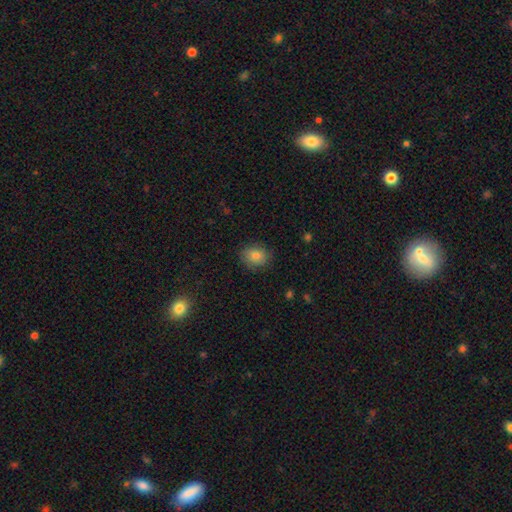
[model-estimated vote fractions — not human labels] Smooth or featured?
  - smooth: 81% *
  - featured or disk: 10%
  - star or artifact: 10%
How rounded?
  - round: 62% *
  - in between: 37%
  - cigar-shaped: 1%
Merging?
  - none: 84% *
  - minor disturbance: 12%
  - major disturbance: 3%
  - merger: 1%